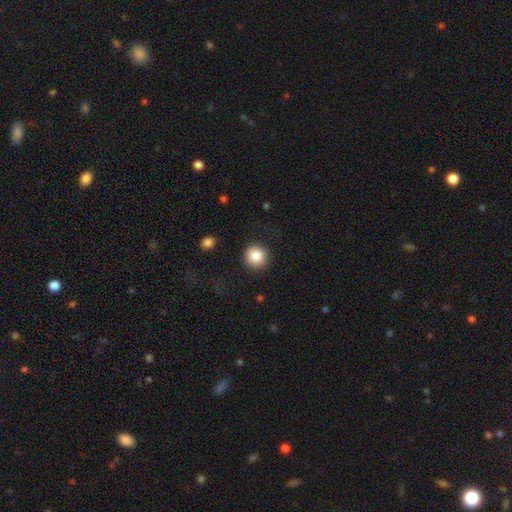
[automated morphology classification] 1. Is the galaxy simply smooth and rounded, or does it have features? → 86% smooth, 9% star or artifact, 6% featured or disk.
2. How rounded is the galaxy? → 93% round, 6% in between, 1% cigar-shaped.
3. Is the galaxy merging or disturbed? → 88% none, 7% minor disturbance, 3% major disturbance, 1% merger.